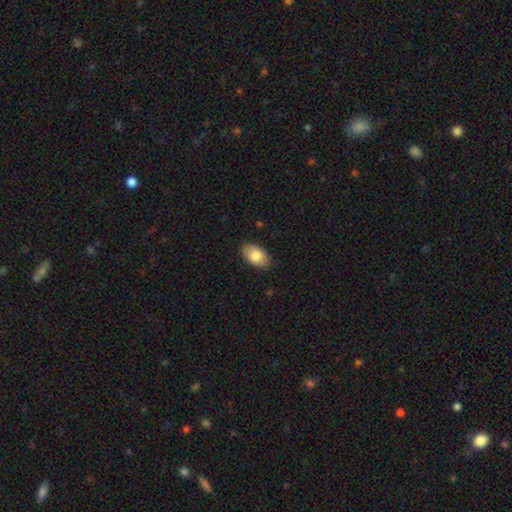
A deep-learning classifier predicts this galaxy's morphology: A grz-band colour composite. It shows a smooth galaxy with no disk features (81%) that is in between round and cigar-shaped (93%). Merging: none (86%).